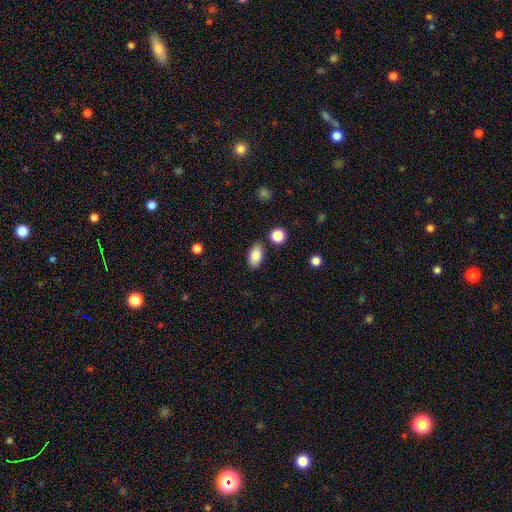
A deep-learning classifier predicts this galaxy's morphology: smooth_or_featured: smooth (p=0.85) [alt: star or artifact p=0.08]
how_rounded: in between (p=0.91) [alt: round p=0.06]
merging: none (p=0.84) [alt: minor disturbance p=0.10]